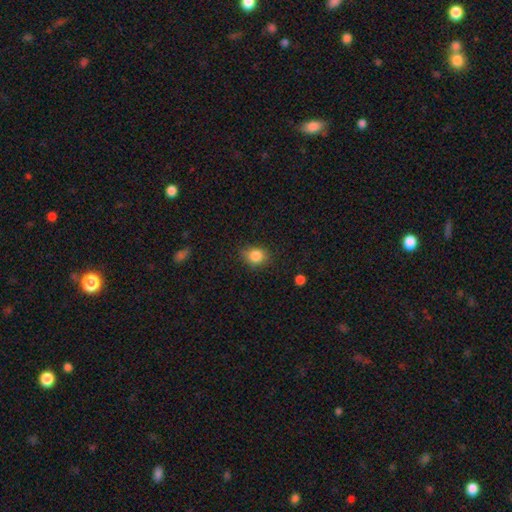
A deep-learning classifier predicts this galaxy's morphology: The model was most divided on "how rounded": round: 54%, in between: 45%, cigar-shaped: 1%. More confident: smooth or featured — smooth (85%); merging — none (76%).